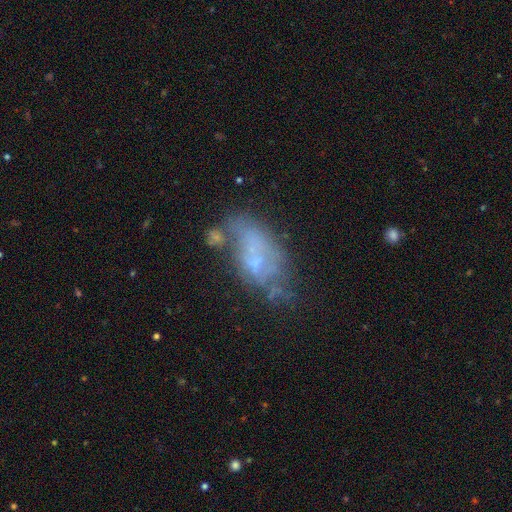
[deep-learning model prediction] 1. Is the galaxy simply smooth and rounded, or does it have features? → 52% featured or disk, 34% smooth, 14% star or artifact.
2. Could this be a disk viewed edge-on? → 93% no, 7% yes.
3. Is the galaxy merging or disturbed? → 30% none, 25% major disturbance, 23% merger, 22% minor disturbance.